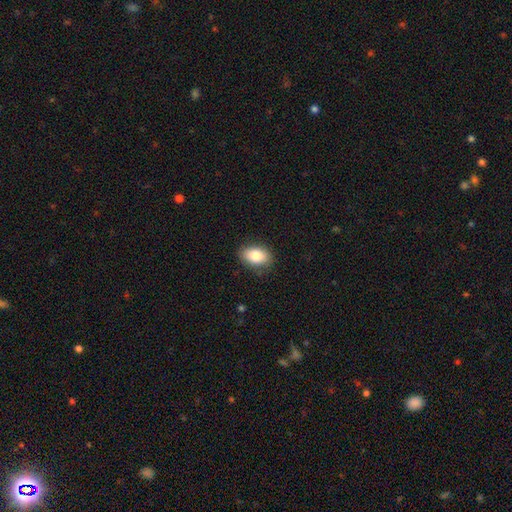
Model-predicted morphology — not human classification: smooth 83%, featured or disk 9%, star or artifact 8%. Down the decision tree: how rounded — in between (86%); merging — none (85%).